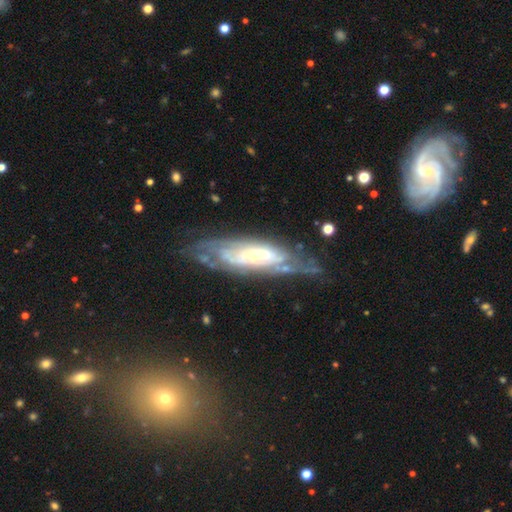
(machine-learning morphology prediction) This appears to be a featured or disk galaxy (83%) with no bar (48%), tight (64%) spiral arms (83%) and a moderate central bulge (57%). Merging: none (63%).